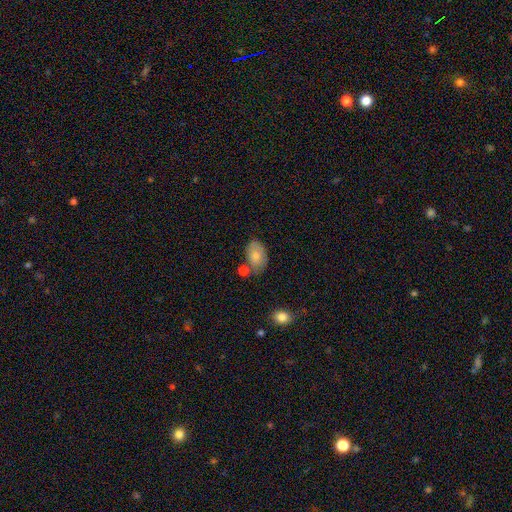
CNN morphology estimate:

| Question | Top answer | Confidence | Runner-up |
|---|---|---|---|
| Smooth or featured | smooth | 77% | featured or disk (16%) |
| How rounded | in between | 89% | round (10%) |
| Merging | none | 60% | minor disturbance (22%) |